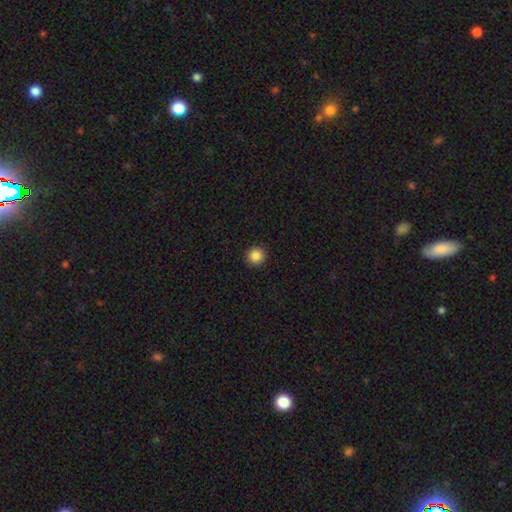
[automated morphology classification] type=smooth (86%); roundness=round (95%); merging=none (93%).